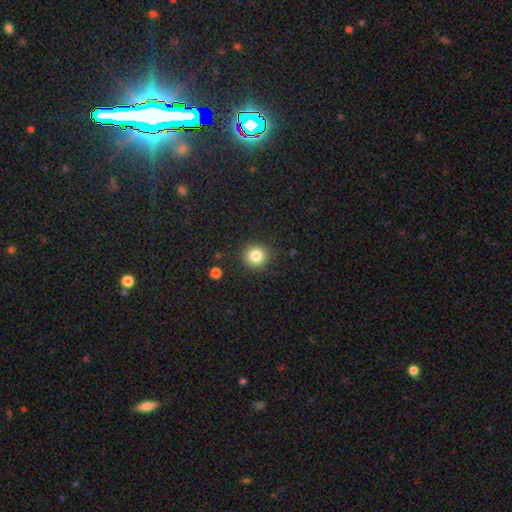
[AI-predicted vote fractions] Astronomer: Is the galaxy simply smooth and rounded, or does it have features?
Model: smooth — 83%.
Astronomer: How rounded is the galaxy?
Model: round — 94%.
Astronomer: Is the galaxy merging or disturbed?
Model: none — 90%.